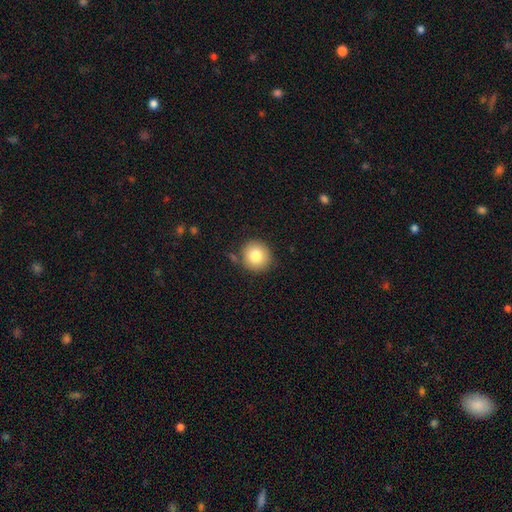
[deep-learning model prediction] This is clearly a smooth galaxy (81%). How rounded: clearly round (92%). Merging: clearly none (84%).